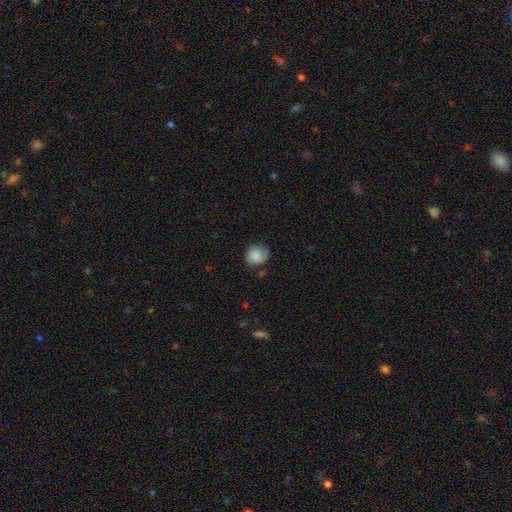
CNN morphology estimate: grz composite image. It shows a smooth galaxy with no disk features (70%) that is round (73%). Merging: none (62%).